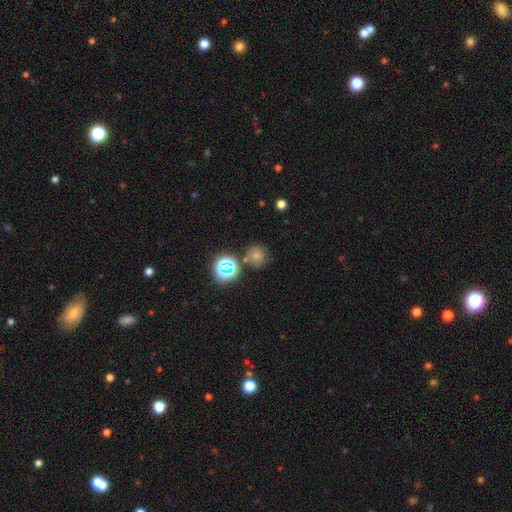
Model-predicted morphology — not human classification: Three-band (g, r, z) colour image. It shows a smooth galaxy with no disk features (69%) that is round (90%). Merging: none (73%).